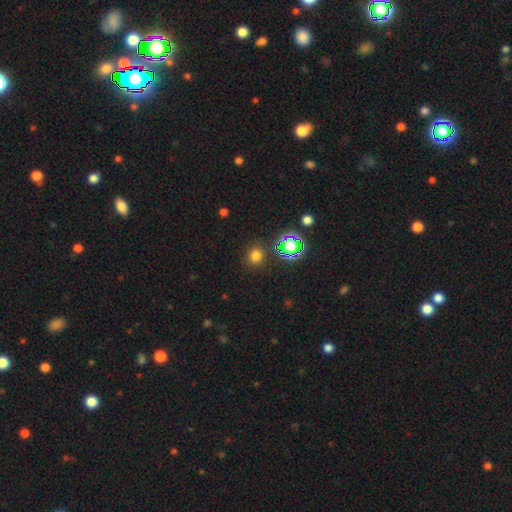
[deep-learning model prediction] Smooth or featured? smooth (72%)
How rounded? round (84%)
Merging? none (86%)